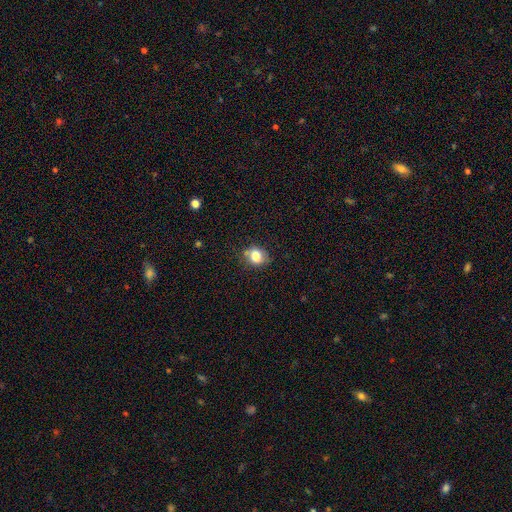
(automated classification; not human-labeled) A smooth galaxy with no disk features (77%) that is round (51%). Merging: none (65%).